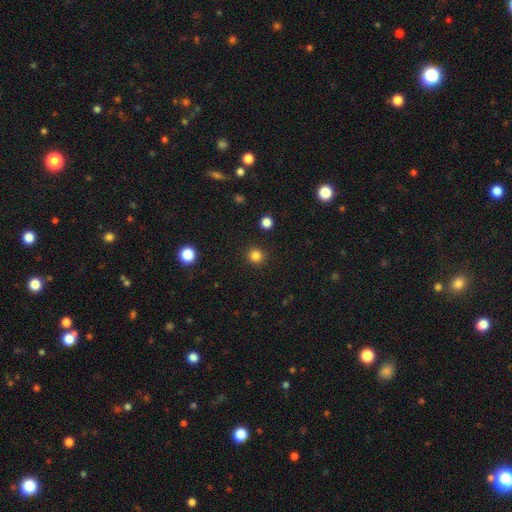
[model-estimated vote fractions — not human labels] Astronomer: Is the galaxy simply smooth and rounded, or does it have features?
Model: smooth — 83%.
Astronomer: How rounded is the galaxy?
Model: round — 93%.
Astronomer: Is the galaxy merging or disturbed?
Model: none — 91%.